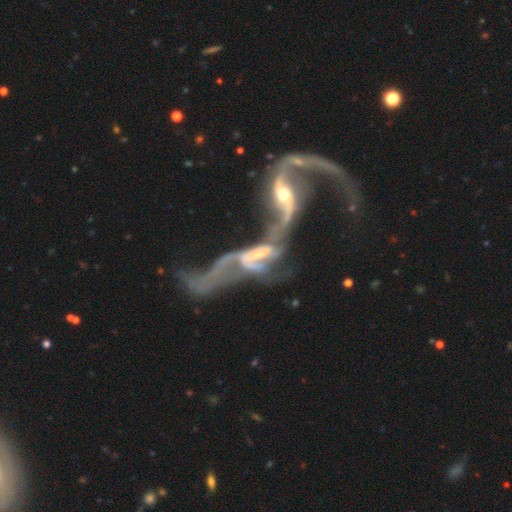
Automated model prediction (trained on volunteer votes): Overall: featured or disk (80%). Edge-on disk: no (91%). Bar: no (37%; weak 35%). Spiral arms: yes (81%). Spiral arm count: 2 (67%). Spiral winding: loose (80%). Bulge size: moderate (40%; small 36%). Merging: merger (77%).